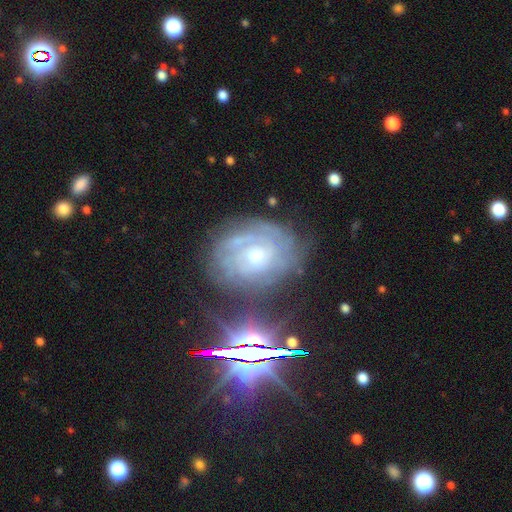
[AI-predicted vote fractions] Overall: featured or disk (71%). Edge-on disk: no (96%). Bar: no (78%). Spiral arms: yes (84%). Spiral arm count: can't tell (56%). Spiral winding: tight (73%). Bulge size: moderate (53%; small 34%). Merging: none (69%).